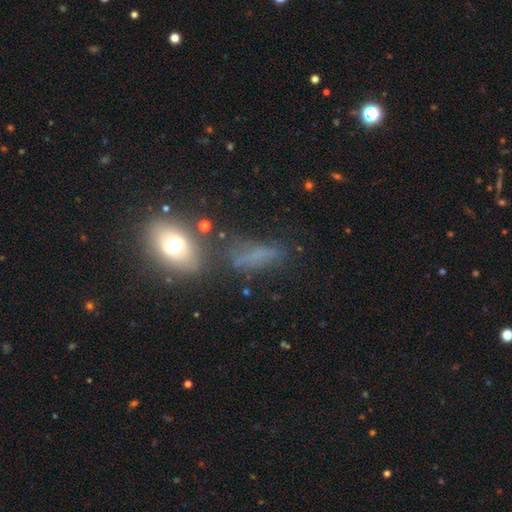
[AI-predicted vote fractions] smooth 50%, featured or disk 26%, star or artifact 25%. Down the decision tree: merging — none (55%).